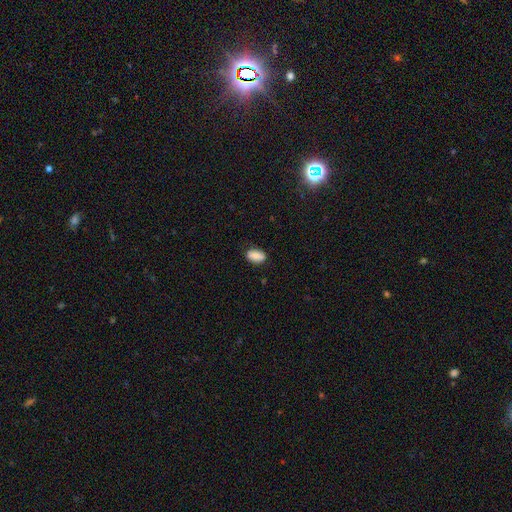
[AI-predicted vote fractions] Smooth or featured? smooth (84%)
How rounded? in between (91%)
Merging? none (77%)